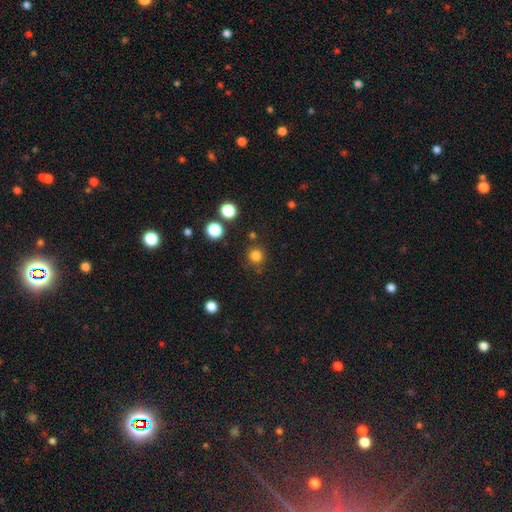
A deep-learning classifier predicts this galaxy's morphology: smooth 81%, star or artifact 15%, featured or disk 4%. Down the decision tree: how rounded — round (93%); merging — none (85%).